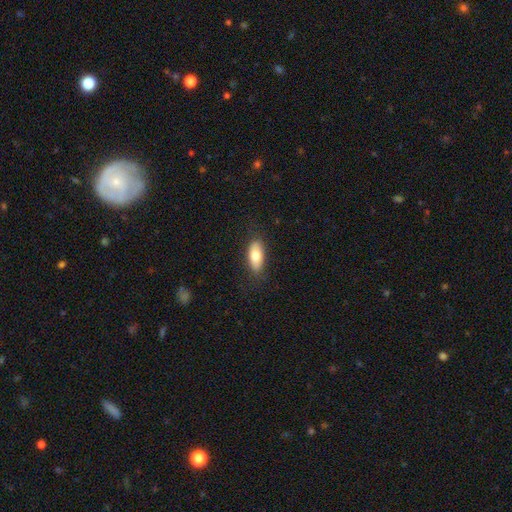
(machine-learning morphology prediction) Smooth or featured? Predicted: smooth (p=0.74). How rounded? Predicted: in between (p=0.85). Merging? Predicted: none (p=0.81).